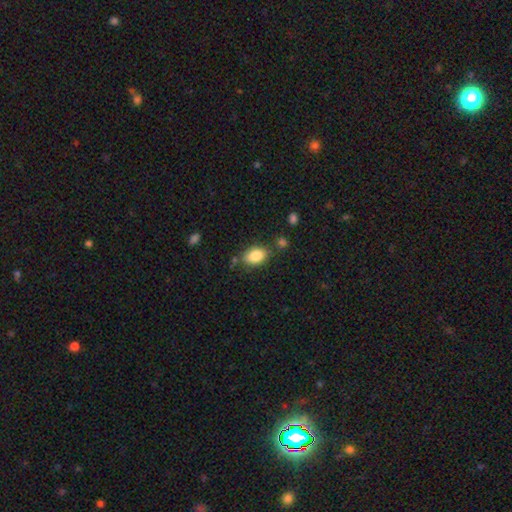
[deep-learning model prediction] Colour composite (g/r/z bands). It shows a smooth galaxy with no disk features (85%) that is in between round and cigar-shaped (83%). Merging: none (73%).